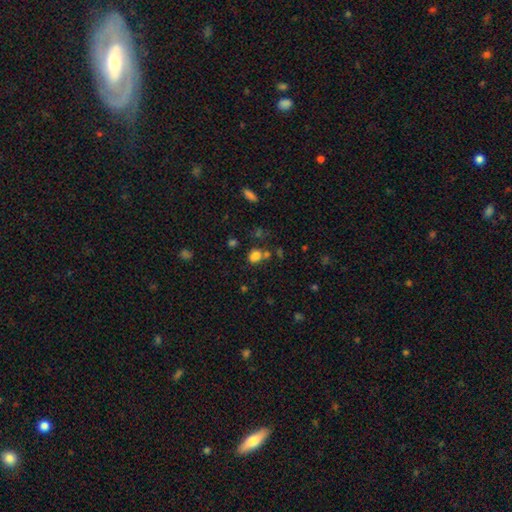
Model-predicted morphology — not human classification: A smooth galaxy with no disk features (78%) that is round (53%).

Vote fractions:
- Smooth or featured? smooth: 78% / star or artifact: 15% / featured or disk: 7%
- How rounded? round: 53% / in between: 46% / cigar-shaped: 1%
- Merging? none: 58% / merger: 22% / minor disturbance: 14% / major disturbance: 6%